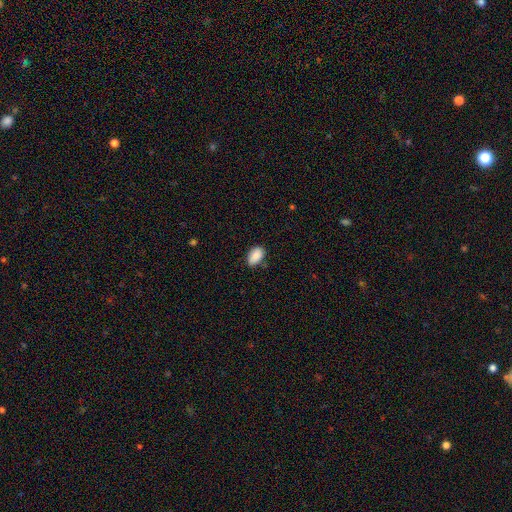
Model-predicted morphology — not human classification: smooth-or-featured: smooth: 88% | star or artifact: 7% | featured or disk: 5%
  how-rounded: in between: 92% | round: 7% | cigar-shaped: 1%
  merging: none: 75% | minor disturbance: 20% | major disturbance: 3% | merger: 2%